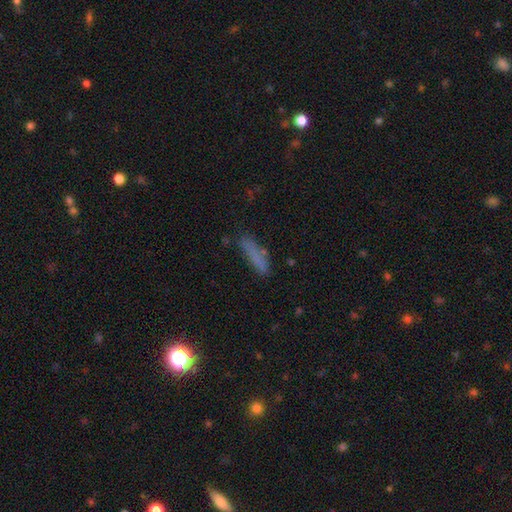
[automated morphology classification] type=smooth (75%); roundness=cigar-shaped (86%); merging=none (77%).